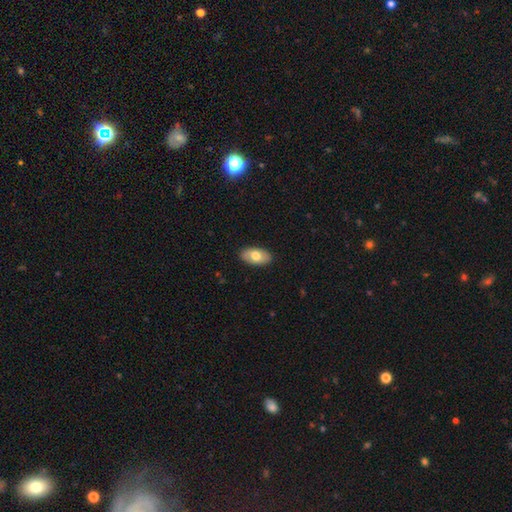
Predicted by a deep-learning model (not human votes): Overall: smooth (70%). How rounded: in between (94%). Merging: none (89%).